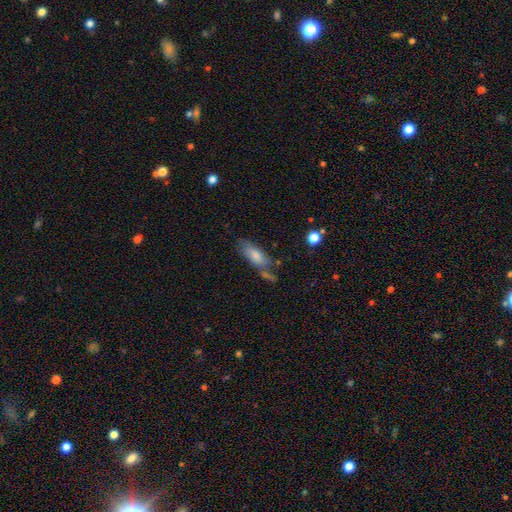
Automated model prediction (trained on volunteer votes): Q: Smooth or featured?
A: smooth (70%); runner-up: featured or disk (23%)
Q: How rounded?
A: in between (71%); runner-up: cigar-shaped (26%)
Q: Merging?
A: none (49%); runner-up: minor disturbance (24%)